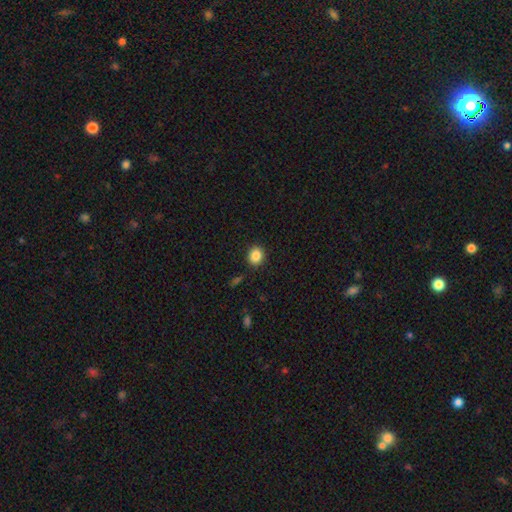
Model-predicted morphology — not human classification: Smooth or featured? smooth (86%)
How rounded? round (71%)
Merging? none (89%)